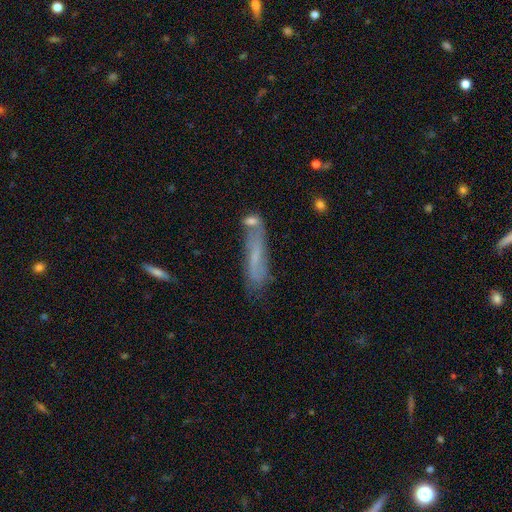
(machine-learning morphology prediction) Smooth or featured?
  - smooth: 47% *
  - featured or disk: 43%
  - star or artifact: 10%
Merging?
  - none: 59% *
  - minor disturbance: 20%
  - merger: 14%
  - major disturbance: 7%